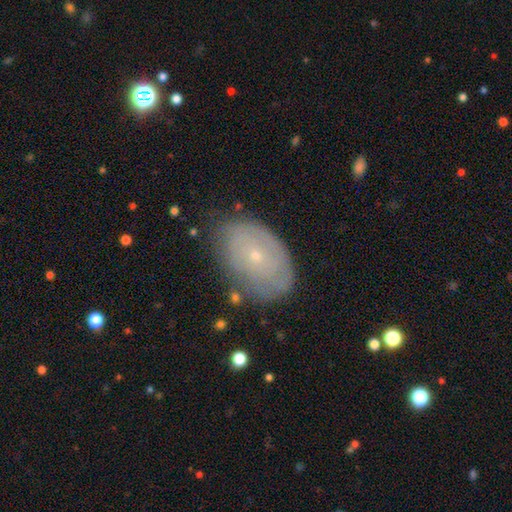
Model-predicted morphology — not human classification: Q: Smooth or featured?
A: featured or disk (51%); runner-up: smooth (40%)
Q: Edge-on disk?
A: no (93%); runner-up: yes (7%)
Q: Merging?
A: none (72%); runner-up: minor disturbance (20%)